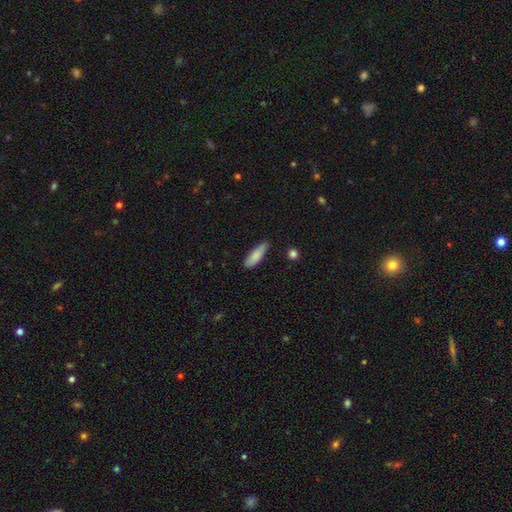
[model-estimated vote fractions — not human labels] smooth_or_featured: smooth (p=0.84) [alt: featured or disk p=0.10]
how_rounded: cigar-shaped (p=0.51) [alt: in between p=0.47]
merging: none (p=0.72) [alt: minor disturbance p=0.23]